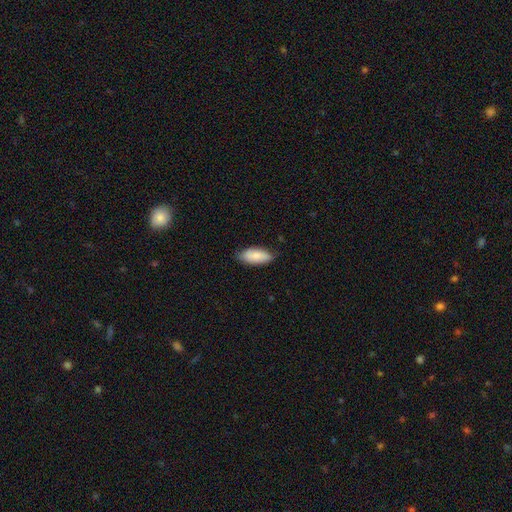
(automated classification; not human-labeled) Morphology: type=smooth (79%); roundness=in between (87%); merging=none (77%).